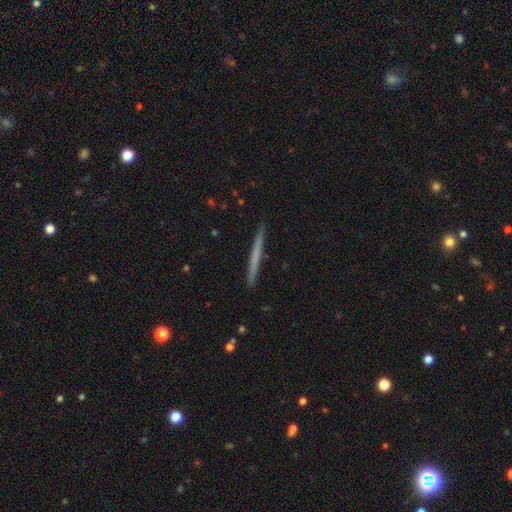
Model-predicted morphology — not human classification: Smooth or featured? Predicted: smooth (p=0.51). How rounded? Predicted: cigar-shaped (p=0.97). Merging? Predicted: none (p=0.92).